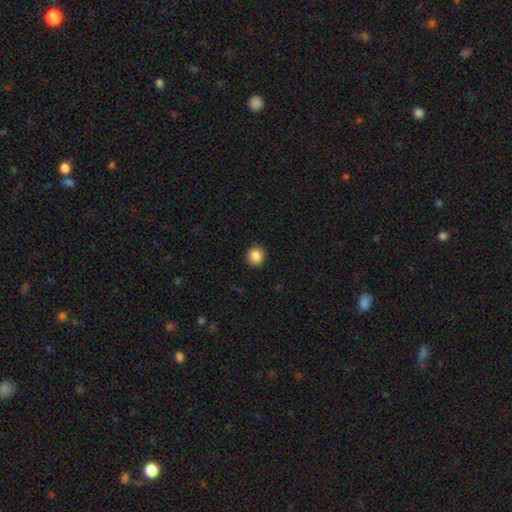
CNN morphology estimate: smooth-or-featured: smooth: 86% | star or artifact: 9% | featured or disk: 4%
  how-rounded: round: 92% | in between: 7% | cigar-shaped: 1%
  merging: none: 92% | minor disturbance: 5% | major disturbance: 2% | merger: 1%